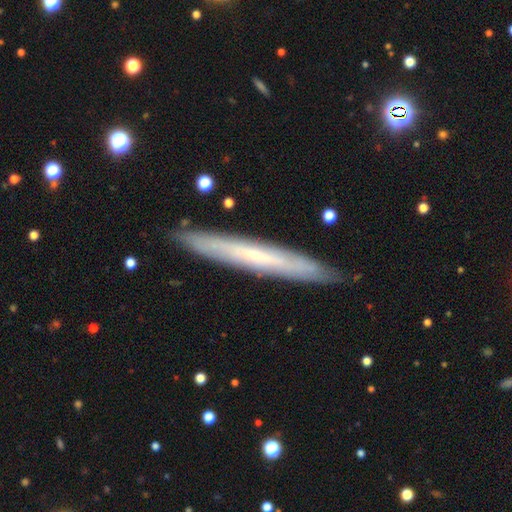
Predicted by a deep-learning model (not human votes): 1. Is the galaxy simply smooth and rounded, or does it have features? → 58% featured or disk, 36% smooth, 7% star or artifact.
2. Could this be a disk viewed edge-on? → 85% yes, 15% no.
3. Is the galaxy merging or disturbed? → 88% none, 9% minor disturbance, 2% major disturbance, 1% merger.